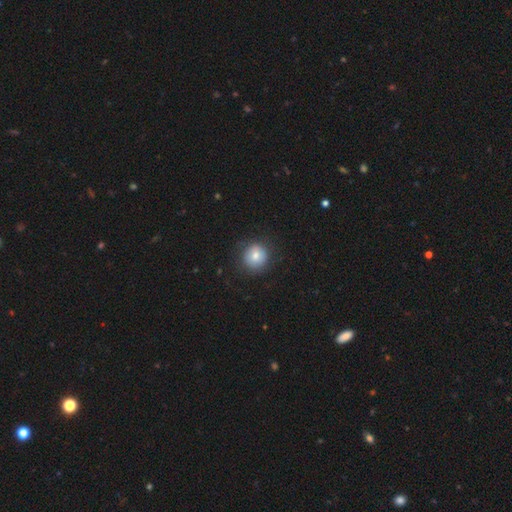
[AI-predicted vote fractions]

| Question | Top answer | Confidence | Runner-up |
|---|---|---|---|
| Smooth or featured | smooth | 76% | featured or disk (15%) |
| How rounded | round | 90% | in between (9%) |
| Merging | none | 83% | minor disturbance (12%) |